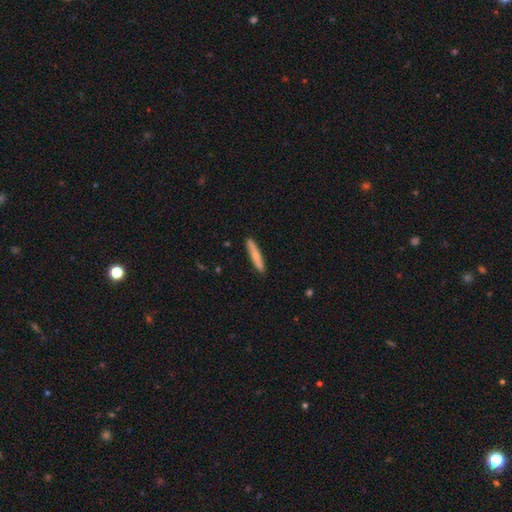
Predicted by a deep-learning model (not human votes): Overall: smooth (69%). How rounded: cigar-shaped (92%). Merging: none (88%).